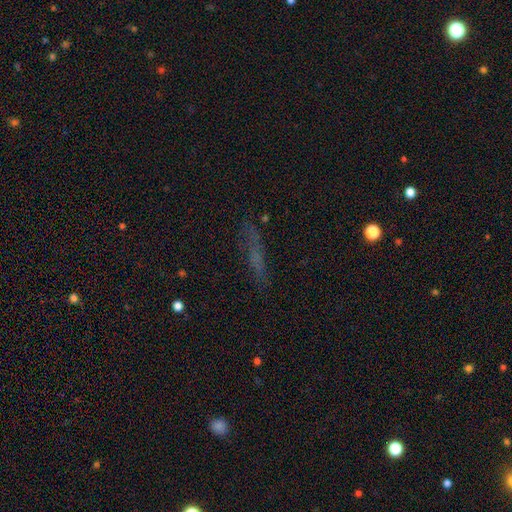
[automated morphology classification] Overall: smooth (44%; featured or disk 33%). Merging: none (77%).